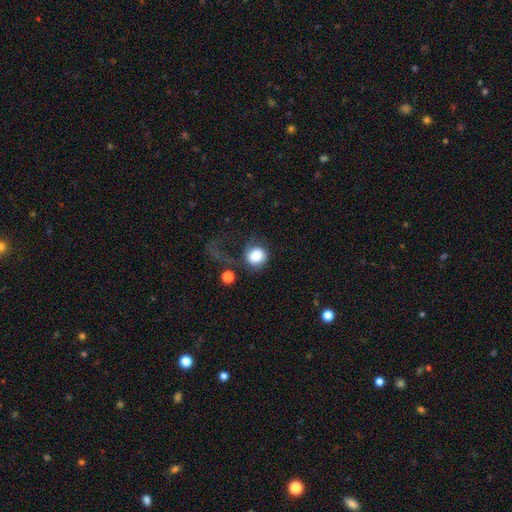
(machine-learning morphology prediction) type=smooth (77%); roundness=round (84%); merging=major disturbance (44%).